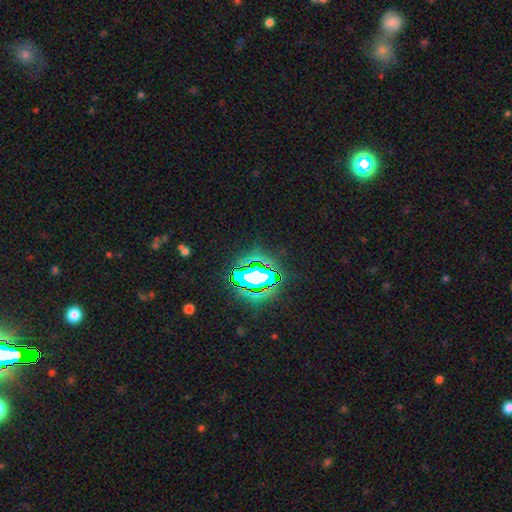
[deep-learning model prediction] star or artifact 83%, smooth 11%, featured or disk 7%.